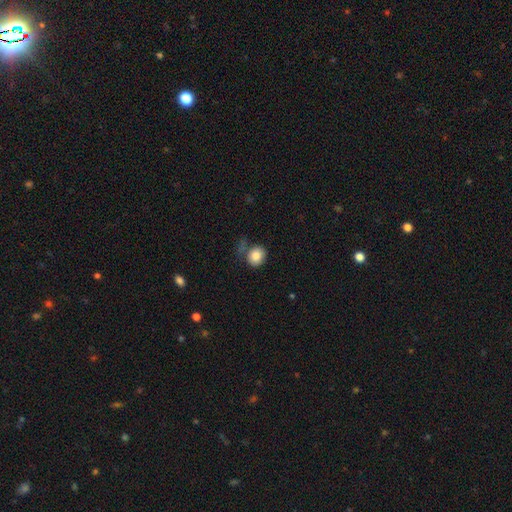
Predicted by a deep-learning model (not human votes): A smooth galaxy with no disk features (84%) that is round (71%). Merging: none (62%).